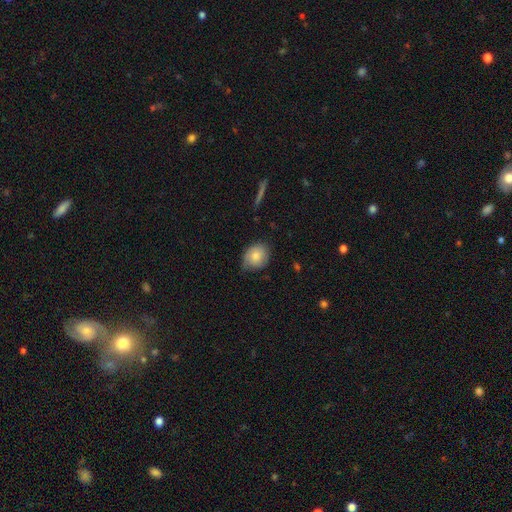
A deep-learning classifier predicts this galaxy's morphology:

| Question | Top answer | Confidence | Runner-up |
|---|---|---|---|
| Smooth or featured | smooth | 76% | featured or disk (16%) |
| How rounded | round | 60% | in between (39%) |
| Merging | none | 58% | minor disturbance (33%) |